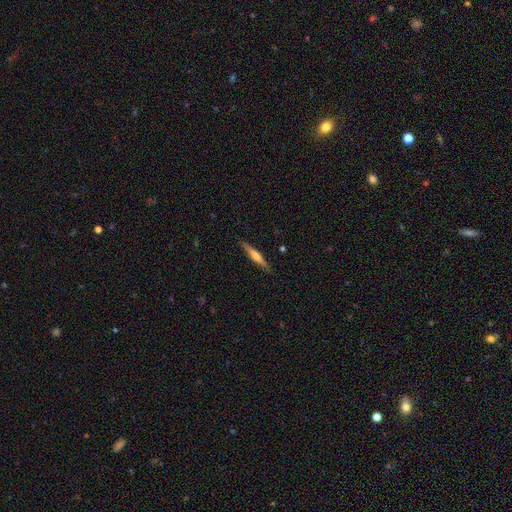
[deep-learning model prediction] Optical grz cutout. It shows a featured or disk galaxy (58%) viewed edge-on (97%) with a rounded central bulge (69%). Merging: none (89%).